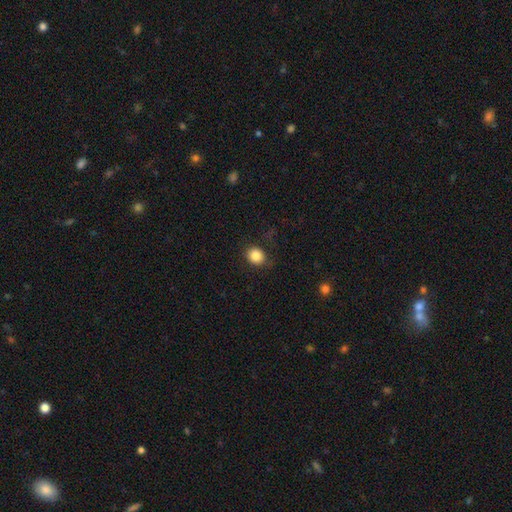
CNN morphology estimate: smooth 85%, star or artifact 10%, featured or disk 5%. Down the decision tree: how rounded — round (73%); merging — none (84%).